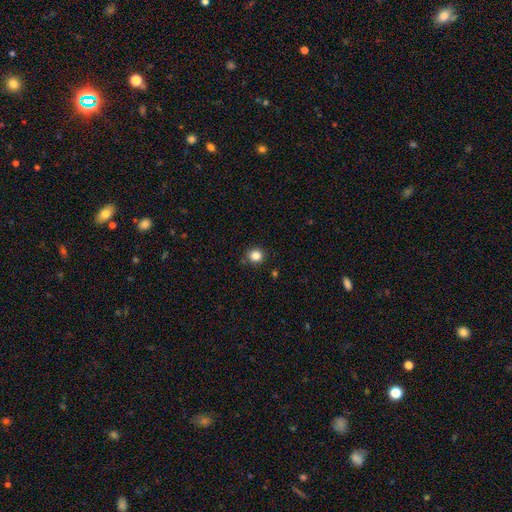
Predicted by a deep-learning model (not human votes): Smooth or featured: smooth — 84% (star or artifact — 12%)
How rounded: round — 90% (in between — 9%)
Merging: none — 88% (minor disturbance — 8%)